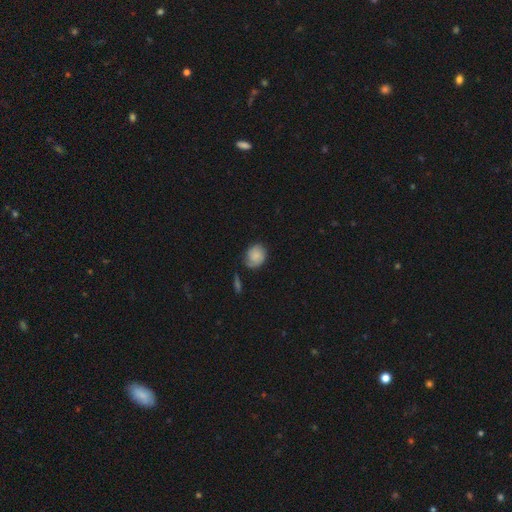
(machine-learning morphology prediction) The model was most divided on "how rounded": round: 60%, in between: 38%, cigar-shaped: 1%. More confident: smooth or featured — smooth (68%); merging — none (62%).